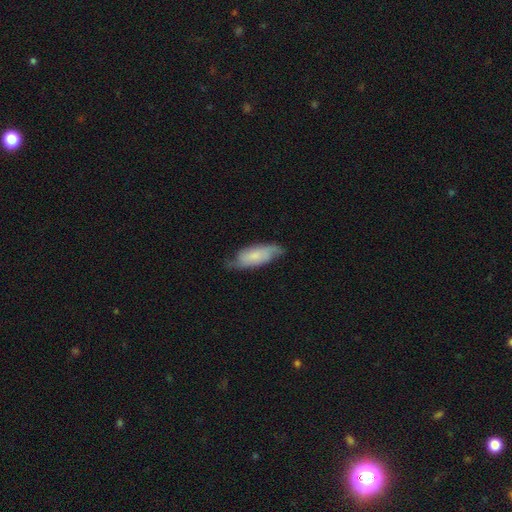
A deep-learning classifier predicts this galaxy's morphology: Smooth or featured? smooth (52%)
How rounded? in between (68%)
Merging? none (65%)